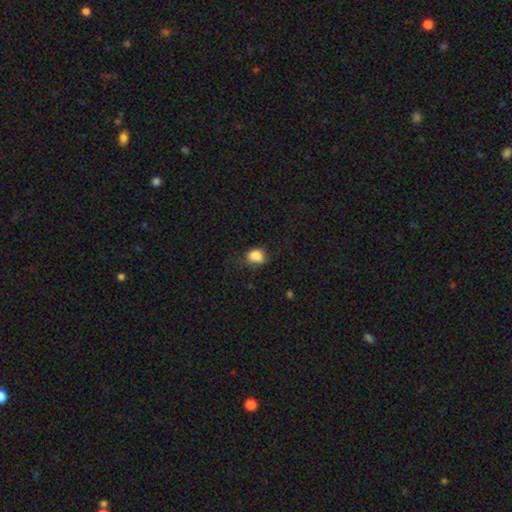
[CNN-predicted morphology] Smooth or featured: smooth — 83% (star or artifact — 10%)
How rounded: round — 51% (in between — 48%)
Merging: none — 54% (minor disturbance — 30%)